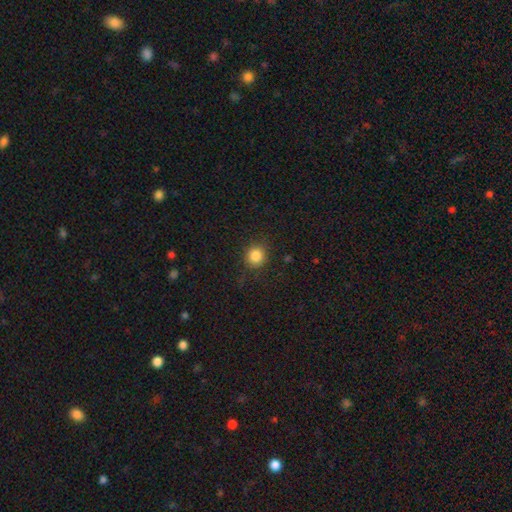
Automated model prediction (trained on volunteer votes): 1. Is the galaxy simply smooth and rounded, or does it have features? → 84% smooth, 11% star or artifact, 5% featured or disk.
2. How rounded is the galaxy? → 88% round, 11% in between, 1% cigar-shaped.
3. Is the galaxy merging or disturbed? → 87% none, 9% minor disturbance, 3% major disturbance, 1% merger.